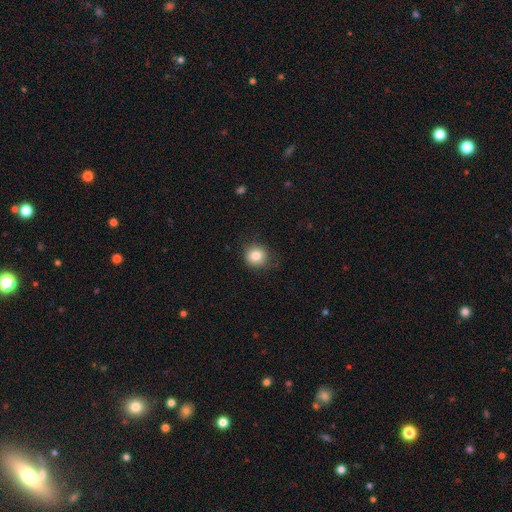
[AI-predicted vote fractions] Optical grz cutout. It shows a smooth galaxy with no disk features (84%) that is round (88%). Merging: none (80%).